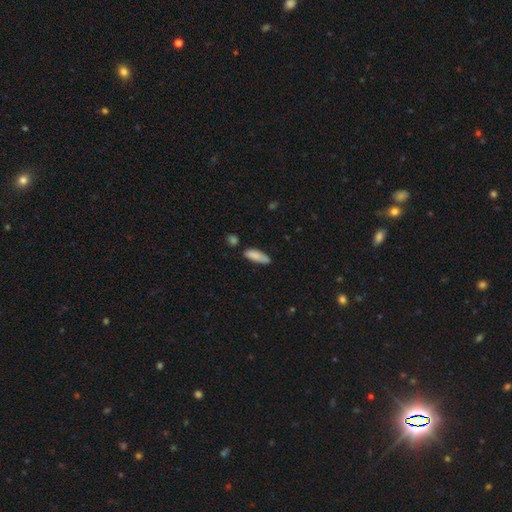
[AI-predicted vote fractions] Smooth or featured? Predicted: smooth (p=0.85). How rounded? Predicted: in between (p=0.61). Merging? Predicted: none (p=0.68).